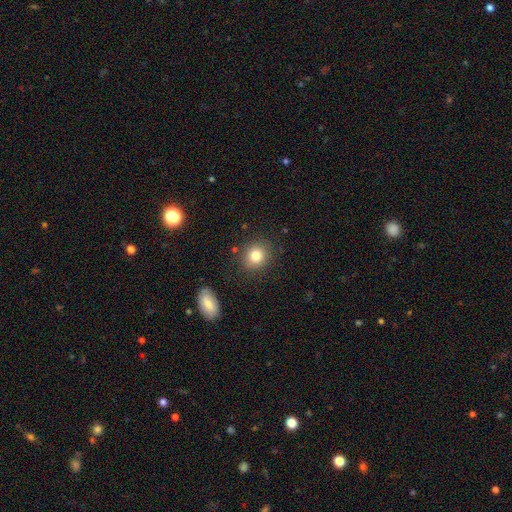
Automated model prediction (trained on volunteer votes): Smooth or featured? Predicted: smooth (p=0.82). How rounded? Predicted: round (p=0.76). Merging? Predicted: none (p=0.84).